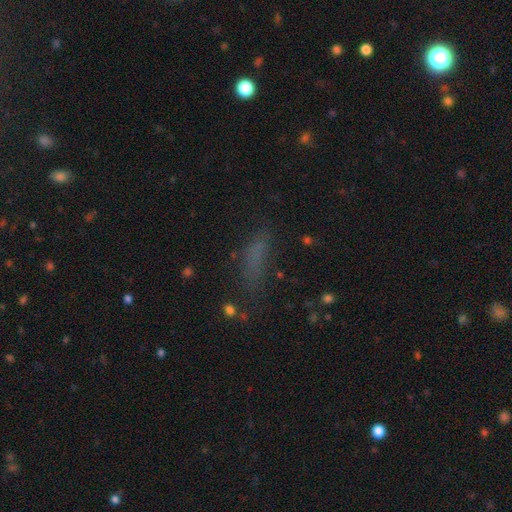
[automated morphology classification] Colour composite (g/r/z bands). It shows a smooth galaxy with no disk features (64%) that is cigar-shaped (57%). Merging: none (61%).